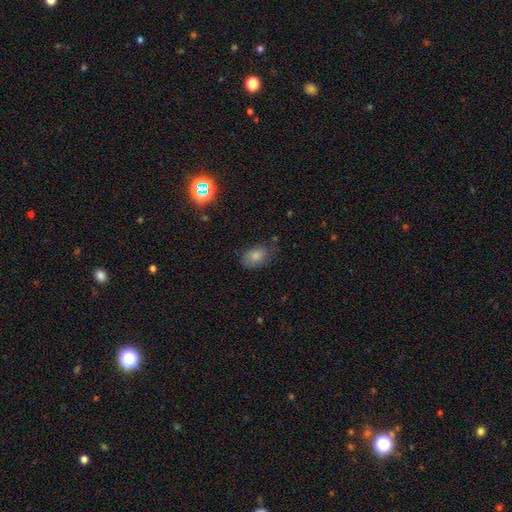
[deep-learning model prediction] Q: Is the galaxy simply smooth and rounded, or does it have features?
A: smooth — 81%.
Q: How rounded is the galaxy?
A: in between — 87%.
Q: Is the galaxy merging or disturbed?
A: none — 59%.